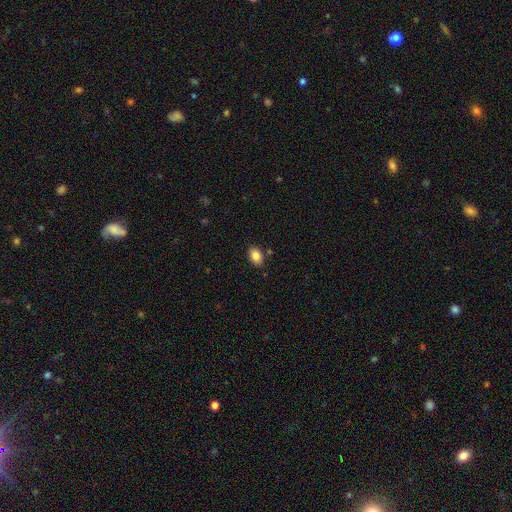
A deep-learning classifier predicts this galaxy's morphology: smooth 86%, star or artifact 8%, featured or disk 6%. Down the decision tree: how rounded — in between (88%); merging — none (84%).